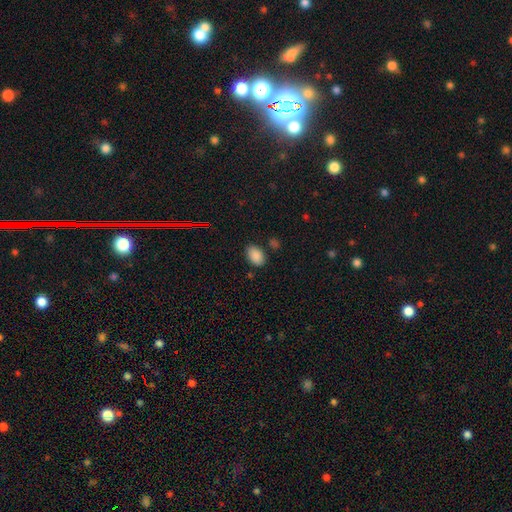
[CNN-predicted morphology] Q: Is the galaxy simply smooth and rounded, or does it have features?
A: smooth — 87%.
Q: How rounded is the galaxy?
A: in between — 87%.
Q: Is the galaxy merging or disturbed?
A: none — 81%.